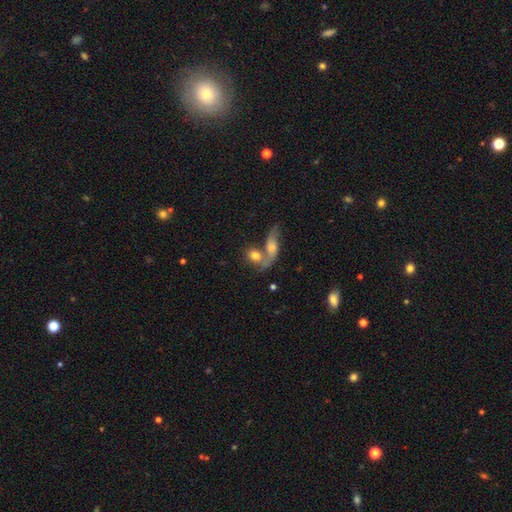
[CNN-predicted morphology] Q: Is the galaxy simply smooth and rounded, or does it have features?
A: smooth — 68%.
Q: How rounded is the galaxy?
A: in between — 61%.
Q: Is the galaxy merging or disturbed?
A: merger — 55%.